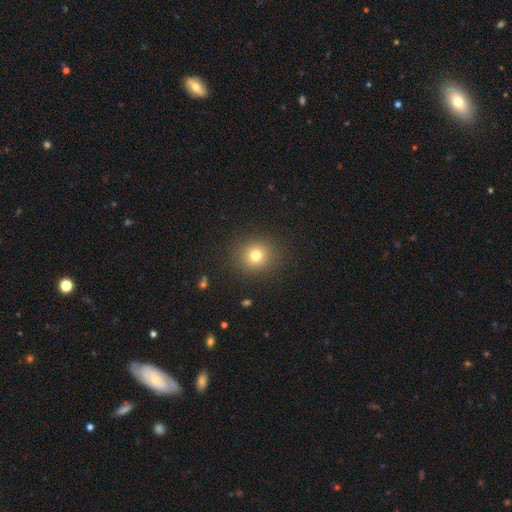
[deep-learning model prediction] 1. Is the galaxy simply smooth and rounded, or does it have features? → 77% smooth, 14% star or artifact, 9% featured or disk.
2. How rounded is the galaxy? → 86% round, 13% in between, 1% cigar-shaped.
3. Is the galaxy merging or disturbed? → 89% none, 7% minor disturbance, 3% major disturbance, 1% merger.